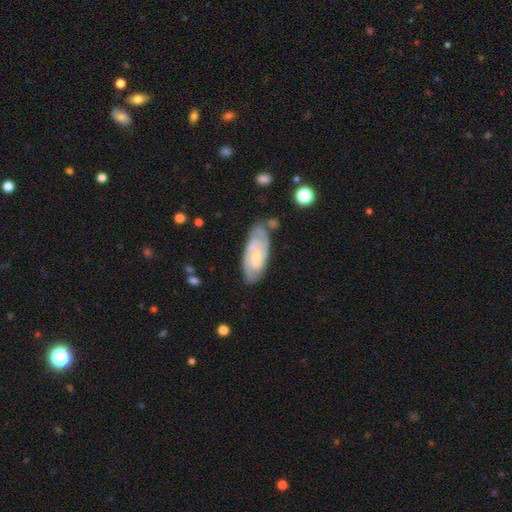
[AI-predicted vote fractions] smooth_or_featured: featured or disk (p=0.67) [alt: smooth p=0.27]
disk_edge_on: no (p=0.91) [alt: yes p=0.09]
bar: no (p=0.66) [alt: weak p=0.29]
has_spiral_arms: yes (p=0.87) [alt: no p=0.13]
spiral_winding: tight (p=0.64) [alt: medium p=0.29]
spiral_arm_count: can't tell (p=0.41) [alt: 2 p=0.37]
bulge_size: small (p=0.60) [alt: moderate p=0.32]
merging: none (p=0.64) [alt: minor disturbance p=0.24]